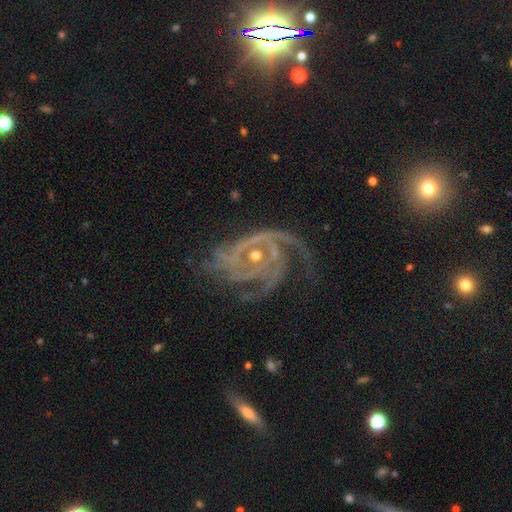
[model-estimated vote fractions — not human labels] Overall: featured or disk (90%). Edge-on disk: no (98%). Bar: no (63%; weak 26%). Spiral arms: yes (97%). Spiral arm count: 3 (37%; 4 19%). Spiral winding: tight (51%; medium 39%). Bulge size: small (63%; moderate 32%). Merging: none (55%; minor disturbance 21%).